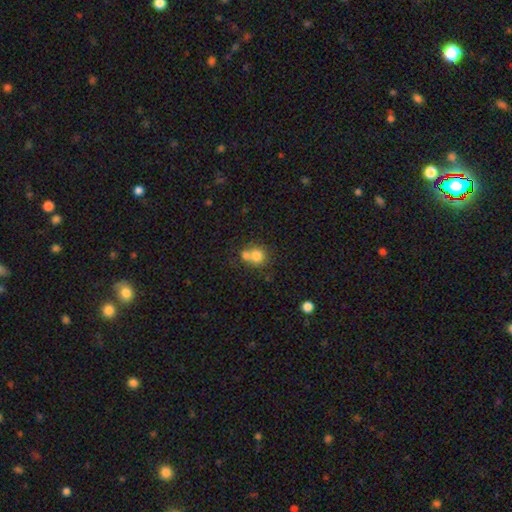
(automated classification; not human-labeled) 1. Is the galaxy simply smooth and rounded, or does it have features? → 77% smooth, 13% featured or disk, 10% star or artifact.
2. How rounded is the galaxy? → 82% round, 17% in between, 1% cigar-shaped.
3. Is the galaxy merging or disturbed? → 48% merger, 41% none, 8% minor disturbance, 4% major disturbance.